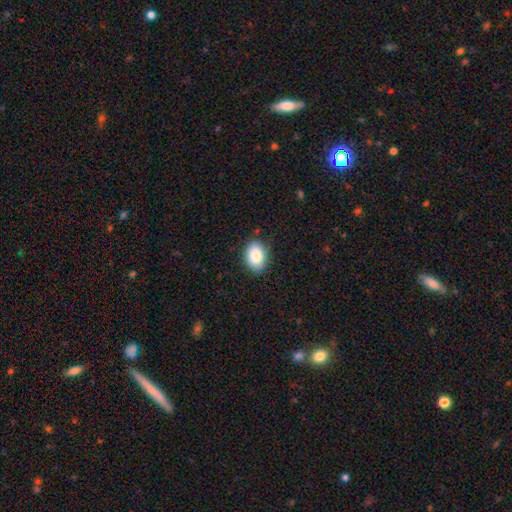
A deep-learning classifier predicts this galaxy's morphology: smooth-or-featured: smooth: 85% | featured or disk: 8% | star or artifact: 8%
  how-rounded: in between: 82% | round: 17% | cigar-shaped: 1%
  merging: none: 83% | minor disturbance: 14% | major disturbance: 3% | merger: 1%